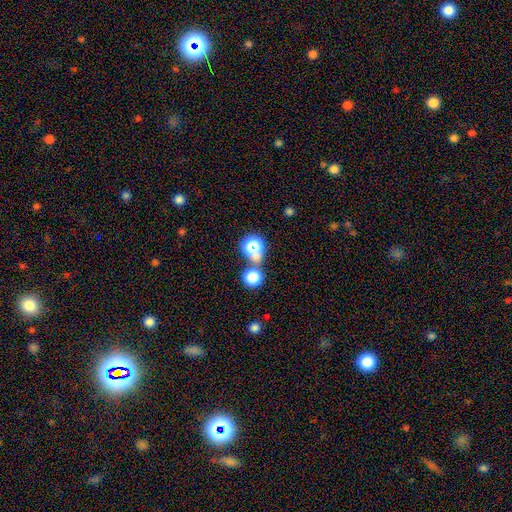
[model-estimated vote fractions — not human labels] Smooth or featured: smooth — 61% (star or artifact — 30%)
How rounded: round — 78% (in between — 20%)
Merging: none — 55% (merger — 32%)